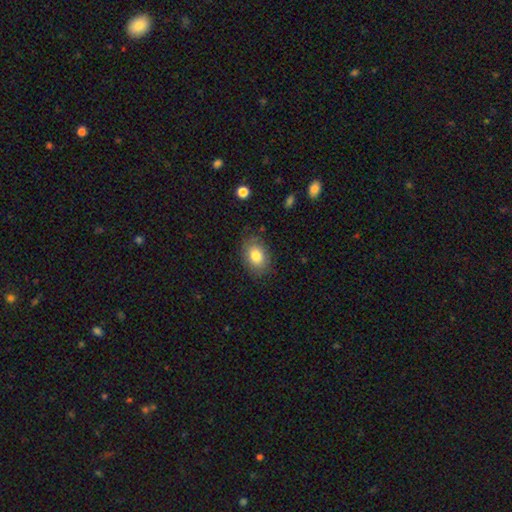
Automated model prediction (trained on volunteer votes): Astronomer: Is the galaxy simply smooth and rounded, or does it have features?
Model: smooth — 80%.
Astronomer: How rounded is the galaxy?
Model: in between — 77%.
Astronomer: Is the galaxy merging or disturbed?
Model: none — 80%.